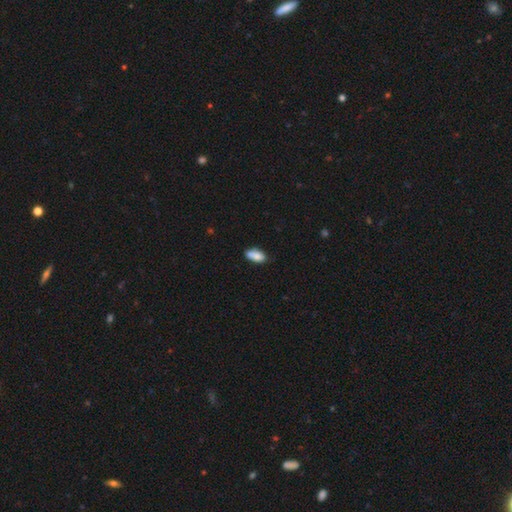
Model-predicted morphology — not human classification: smooth_or_featured: smooth (p=0.84) [alt: featured or disk p=0.08]
how_rounded: in between (p=0.87) [alt: cigar-shaped p=0.10]
merging: none (p=0.67) [alt: minor disturbance p=0.22]